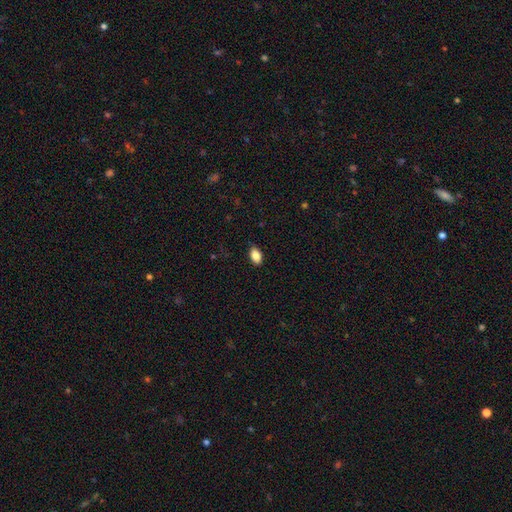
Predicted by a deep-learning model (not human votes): A smooth galaxy with no disk features (87%) that is in between round and cigar-shaped (91%).

Vote fractions:
- Smooth or featured? smooth: 87% / star or artifact: 8% / featured or disk: 5%
- How rounded? in between: 91% / round: 7% / cigar-shaped: 2%
- Merging? none: 85% / minor disturbance: 12% / major disturbance: 2% / merger: 1%